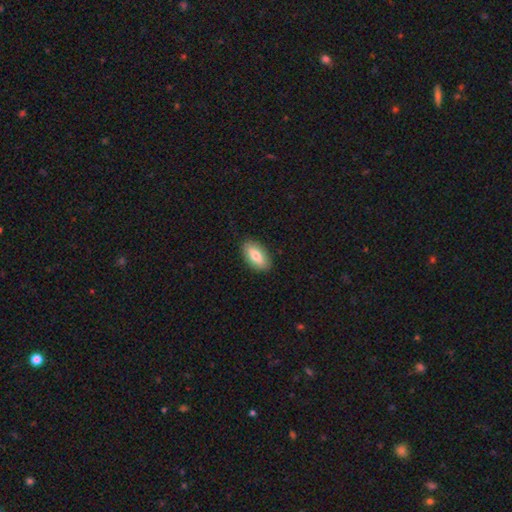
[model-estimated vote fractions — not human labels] smooth 78%, featured or disk 16%, star or artifact 6%. Down the decision tree: how rounded — in between (91%); merging — none (88%).